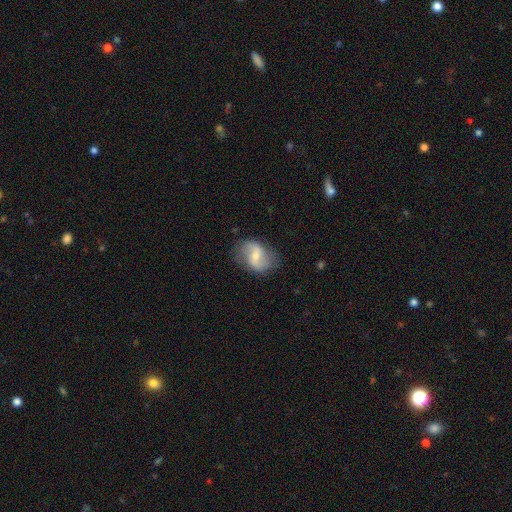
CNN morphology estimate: The model was most divided on "bulge size": small: 49%, moderate: 39%, none: 8%, large: 3%, dominant: 1%. More confident: edge-on disk — no (97%); spiral arm count — 2 (88%); spiral arms — yes (86%); merging — none (73%); smooth or featured — featured or disk (64%); spiral winding — loose (63%); bar — weak (52%).